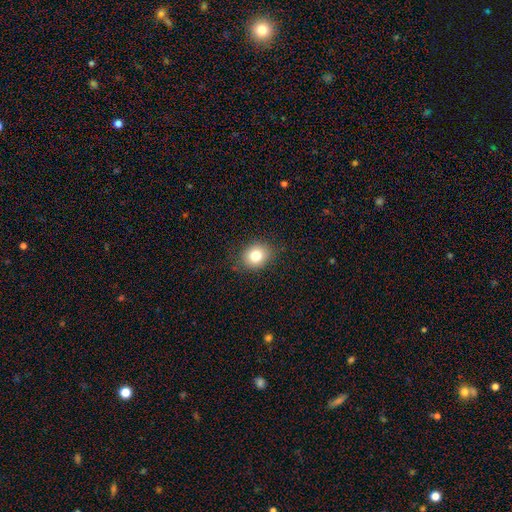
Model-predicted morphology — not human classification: A smooth galaxy with no disk features (79%) that is round (62%). Merging: none (85%).